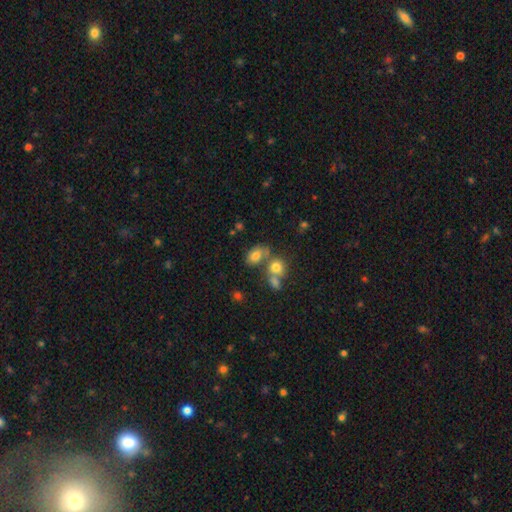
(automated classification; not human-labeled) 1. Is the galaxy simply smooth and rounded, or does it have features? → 75% smooth, 12% featured or disk, 12% star or artifact.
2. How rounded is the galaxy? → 76% in between, 22% round, 2% cigar-shaped.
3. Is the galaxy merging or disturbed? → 50% none, 32% merger, 13% minor disturbance, 6% major disturbance.